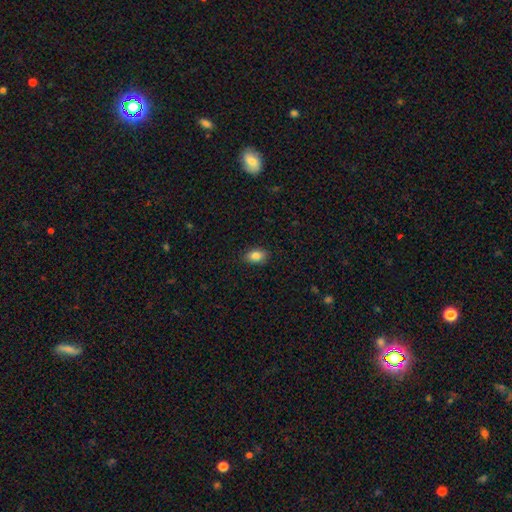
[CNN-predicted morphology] Q: Smooth or featured?
A: smooth (86%); runner-up: star or artifact (9%)
Q: How rounded?
A: in between (82%); runner-up: round (17%)
Q: Merging?
A: none (87%); runner-up: minor disturbance (10%)